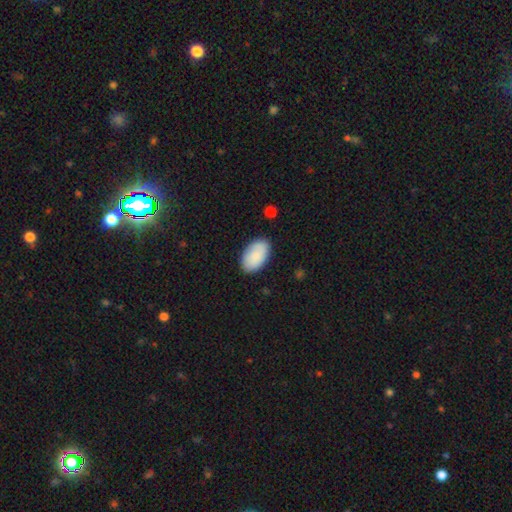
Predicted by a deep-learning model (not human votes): The model was most divided on "merging": none: 85%, minor disturbance: 11%, major disturbance: 3%, merger: 1%. More confident: how rounded — in between (95%); smooth or featured — smooth (87%).